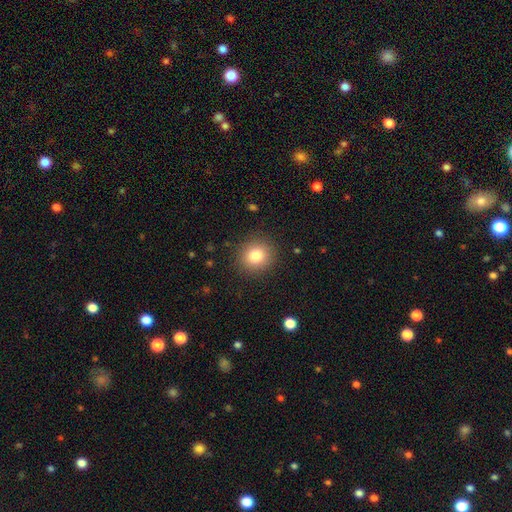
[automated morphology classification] type=smooth (82%); roundness=round (87%); merging=none (89%).